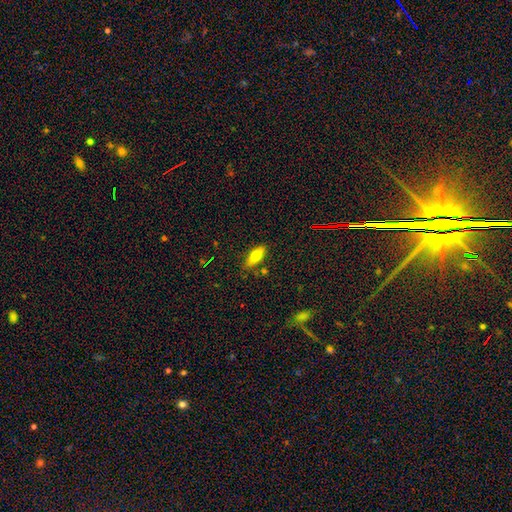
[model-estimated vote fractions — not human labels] This is likely a smooth galaxy (68%). How rounded: likely in between (71%). Merging: likely none (80%).